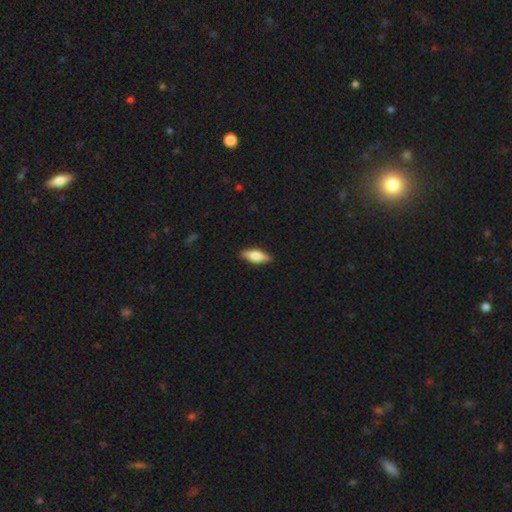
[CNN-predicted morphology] This is possibly a smooth galaxy (53%). How rounded: likely in between (67%). Merging: clearly none (88%).